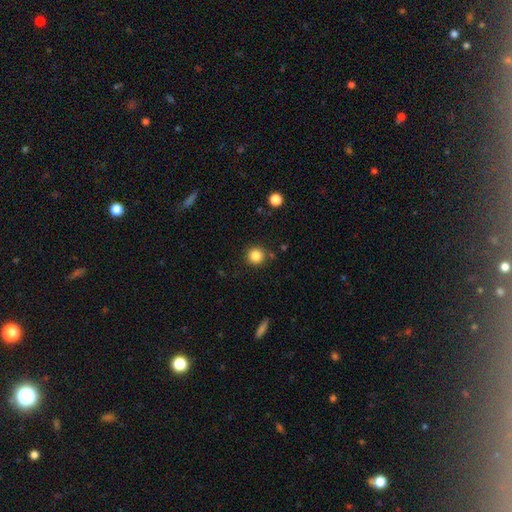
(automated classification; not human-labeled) Q: Smooth or featured?
A: smooth (85%); runner-up: star or artifact (11%)
Q: How rounded?
A: round (94%); runner-up: in between (5%)
Q: Merging?
A: none (87%); runner-up: minor disturbance (7%)